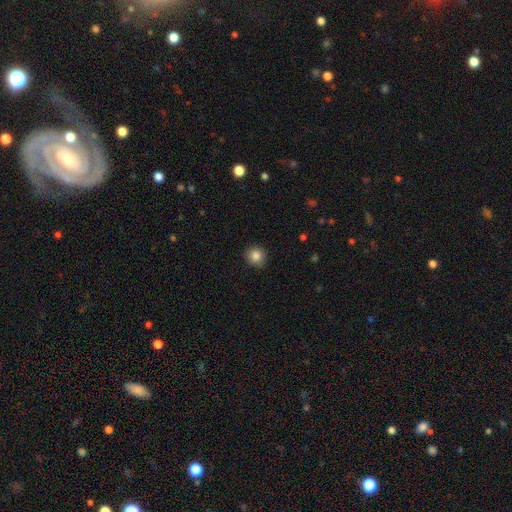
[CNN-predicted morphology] The model was most divided on "smooth or featured": smooth: 85%, star or artifact: 10%, featured or disk: 5%. More confident: how rounded — round (92%); merging — none (90%).